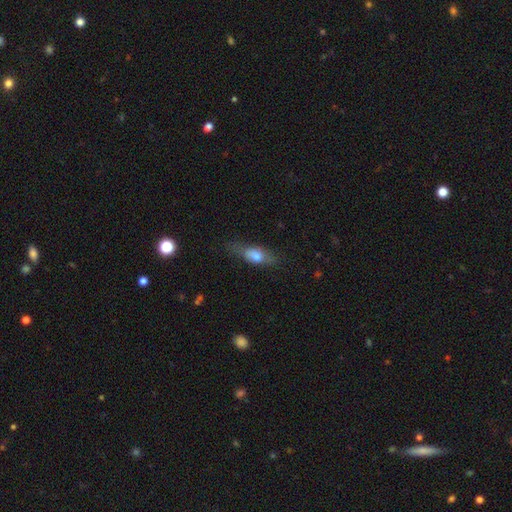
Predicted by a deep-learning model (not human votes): smooth-or-featured: smooth: 65% | featured or disk: 27% | star or artifact: 8%
  how-rounded: in between: 68% | cigar-shaped: 26% | round: 6%
  merging: none: 58% | minor disturbance: 27% | major disturbance: 13% | merger: 2%